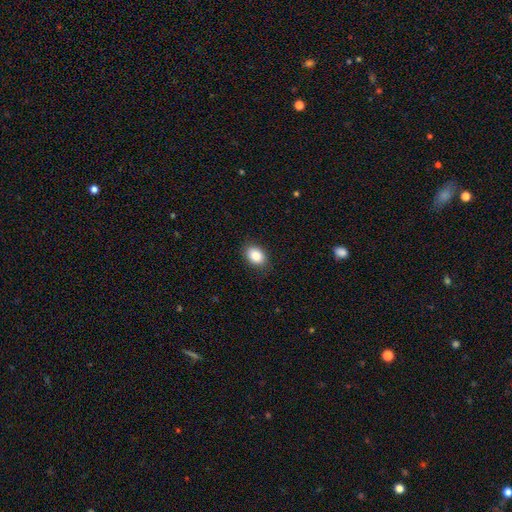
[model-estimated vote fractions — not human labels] A smooth galaxy with no disk features (86%) that is in between round and cigar-shaped (77%).

Vote fractions:
- Smooth or featured? smooth: 86% / star or artifact: 8% / featured or disk: 5%
- How rounded? in between: 77% / round: 22% / cigar-shaped: 1%
- Merging? none: 86% / minor disturbance: 11% / major disturbance: 3% / merger: 1%